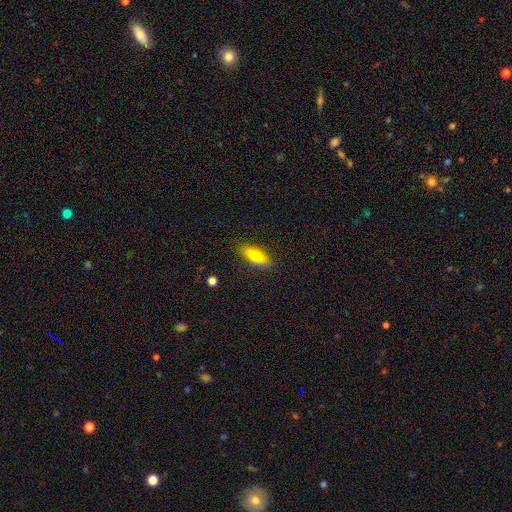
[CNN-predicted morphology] A smooth galaxy with no disk features (64%) that is in between round and cigar-shaped (73%).

Vote fractions:
- Smooth or featured? smooth: 64% / featured or disk: 24% / star or artifact: 12%
- How rounded? in between: 73% / cigar-shaped: 22% / round: 5%
- Merging? none: 81% / minor disturbance: 14% / major disturbance: 3% / merger: 2%